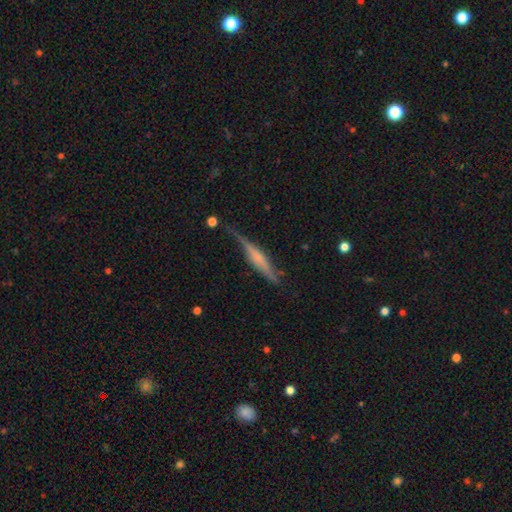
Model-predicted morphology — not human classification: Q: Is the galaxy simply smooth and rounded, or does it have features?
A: featured or disk — 62%.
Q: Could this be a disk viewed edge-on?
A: yes — 92%.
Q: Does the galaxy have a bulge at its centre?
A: rounded — 47%.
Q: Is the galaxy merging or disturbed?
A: none — 62%.